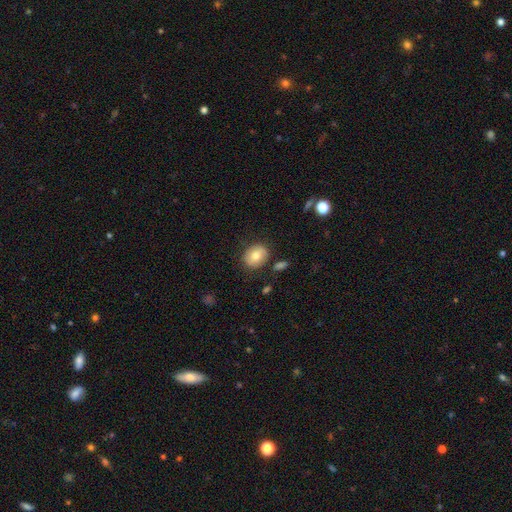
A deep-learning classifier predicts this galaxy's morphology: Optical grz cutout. It shows a smooth galaxy with no disk features (77%) that is round (56%). Merging: none (83%).